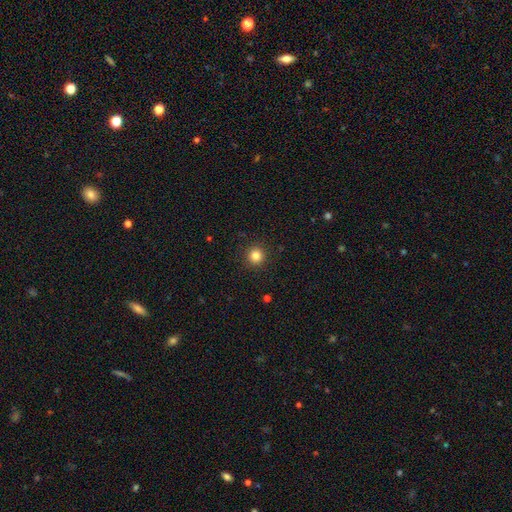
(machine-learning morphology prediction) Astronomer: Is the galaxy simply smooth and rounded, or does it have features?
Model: smooth — 83%.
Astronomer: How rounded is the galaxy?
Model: round — 95%.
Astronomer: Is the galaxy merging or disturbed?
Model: none — 92%.